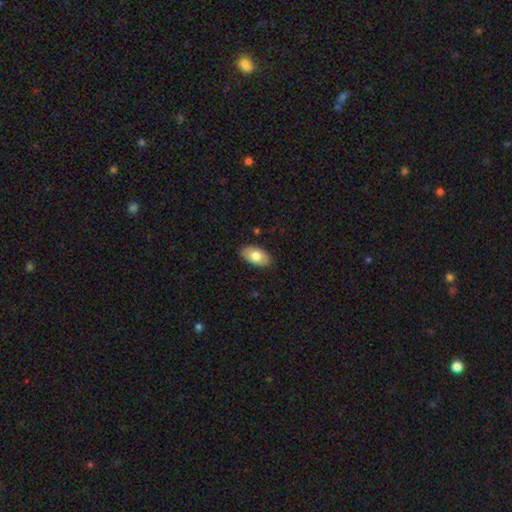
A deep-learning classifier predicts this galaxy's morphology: smooth-or-featured: smooth: 77% | featured or disk: 17% | star or artifact: 6%
  how-rounded: in between: 95% | round: 3% | cigar-shaped: 2%
  merging: none: 87% | minor disturbance: 10% | major disturbance: 2% | merger: 1%